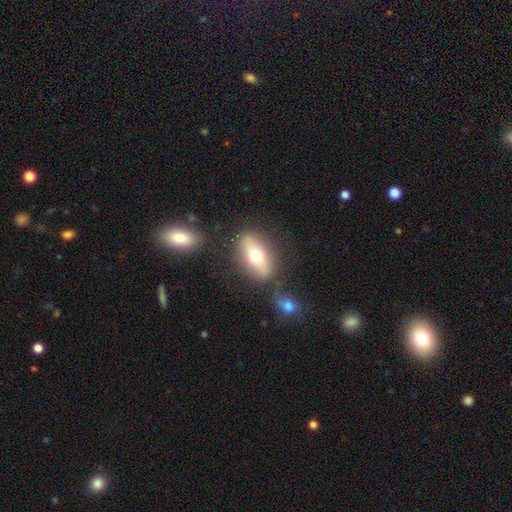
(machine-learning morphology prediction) Smooth or featured?
  - smooth: 57% *
  - featured or disk: 35%
  - star or artifact: 8%
How rounded?
  - in between: 77% *
  - cigar-shaped: 17%
  - round: 6%
Merging?
  - none: 75% *
  - minor disturbance: 13%
  - merger: 8%
  - major disturbance: 4%